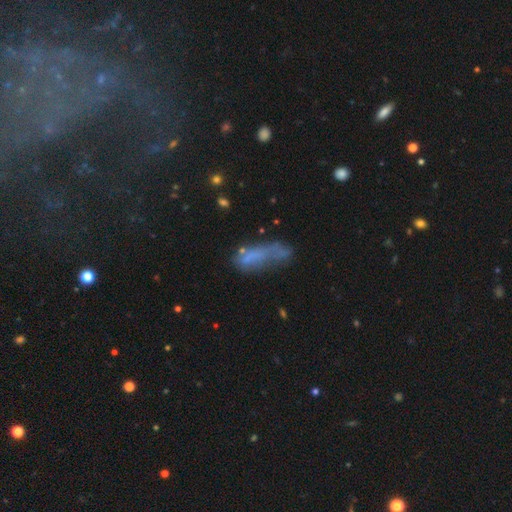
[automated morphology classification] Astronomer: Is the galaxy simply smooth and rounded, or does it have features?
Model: smooth — 54% (runner-up: featured or disk, 29%).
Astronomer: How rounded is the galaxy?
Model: in between — 49% (runner-up: cigar-shaped, 48%).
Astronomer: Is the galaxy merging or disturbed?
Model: major disturbance — 32%, tied with none at 32%.